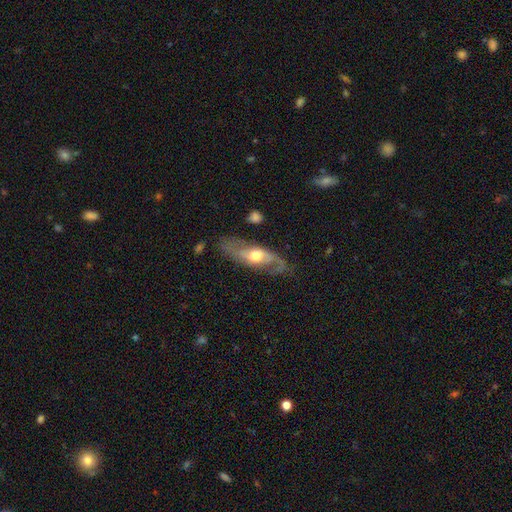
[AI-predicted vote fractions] Smooth or featured? Predicted: featured or disk (p=0.72). Edge-on disk? Predicted: no (p=0.82). Bar? Predicted: no (p=0.60). Spiral arms? Predicted: yes (p=0.80). Bulge size? Predicted: moderate (p=0.69). Merging? Predicted: none (p=0.69).